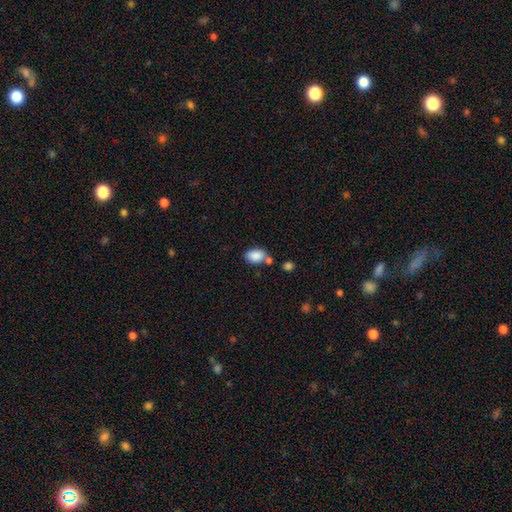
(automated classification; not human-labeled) Morphology: type=smooth (87%); roundness=in between (88%); merging=none (56%).